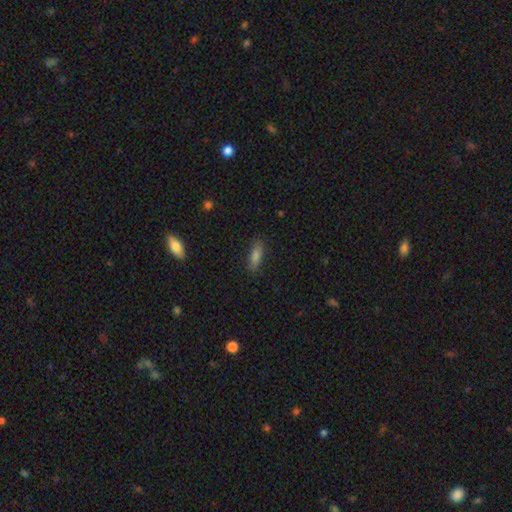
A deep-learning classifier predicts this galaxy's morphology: A smooth galaxy with no disk features (75%) that is in between round and cigar-shaped (55%). Merging: none (85%).